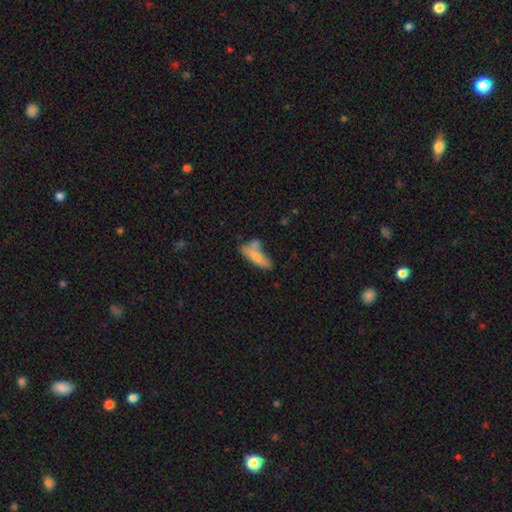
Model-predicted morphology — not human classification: Smooth or featured: smooth — 74% (featured or disk — 18%)
How rounded: in between — 51% (cigar-shaped — 47%)
Merging: none — 43% (merger — 29%)